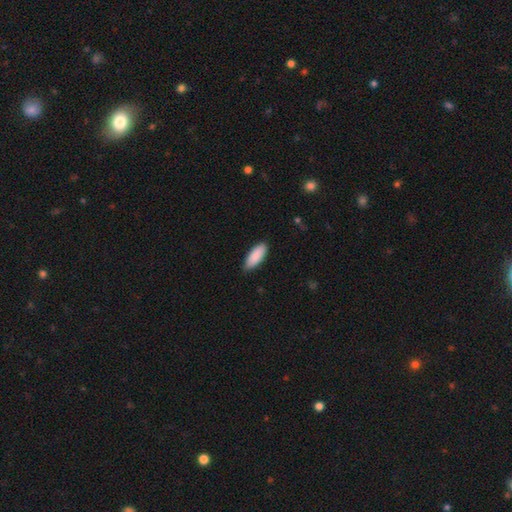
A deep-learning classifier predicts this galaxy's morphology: Smooth or featured: smooth — 90% (star or artifact — 5%)
How rounded: in between — 77% (cigar-shaped — 22%)
Merging: none — 85% (minor disturbance — 12%)